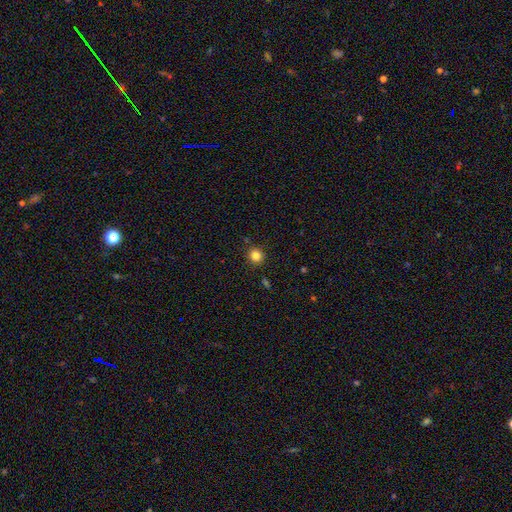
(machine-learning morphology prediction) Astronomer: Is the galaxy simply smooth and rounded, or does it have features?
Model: smooth — 83%.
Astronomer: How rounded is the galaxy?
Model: round — 90%.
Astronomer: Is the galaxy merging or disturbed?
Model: none — 89%.